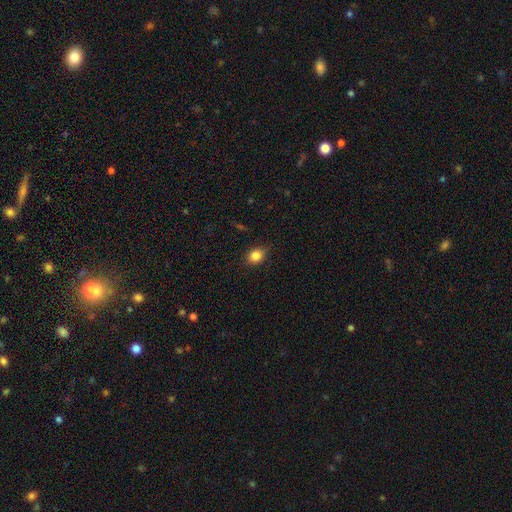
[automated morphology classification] This is clearly a smooth galaxy (84%). How rounded: possibly in between (52%). Merging: clearly none (84%).